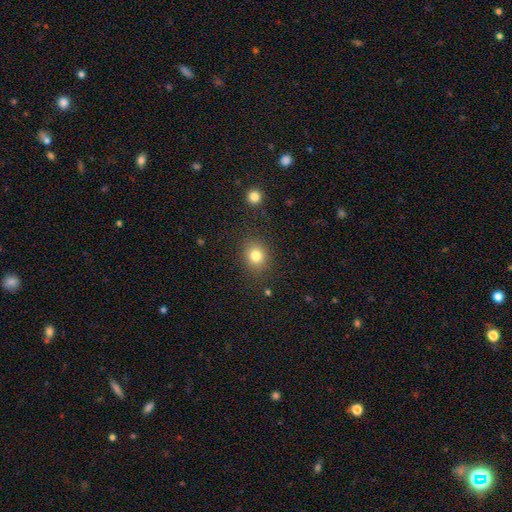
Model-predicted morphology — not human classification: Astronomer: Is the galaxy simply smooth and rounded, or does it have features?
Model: smooth — 81%.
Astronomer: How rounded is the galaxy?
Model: round — 66%.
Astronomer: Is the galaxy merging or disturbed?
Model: none — 84%.